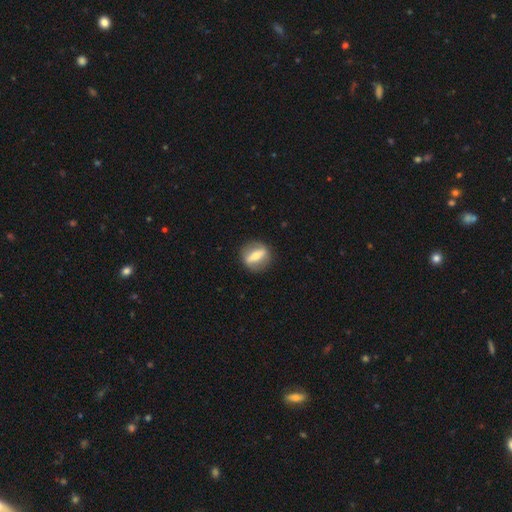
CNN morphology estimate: type=featured or disk (61%); edge-on=no (60%); merging=none (88%).